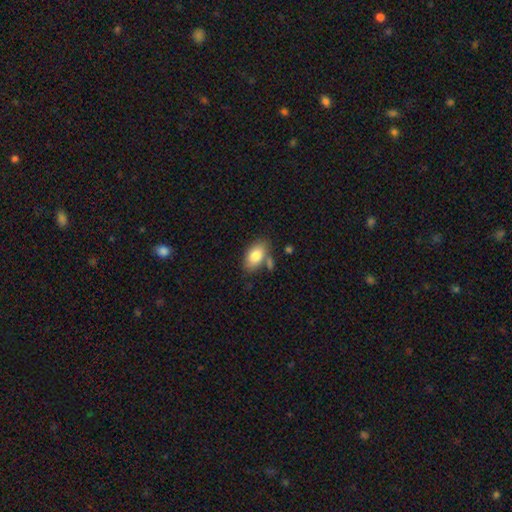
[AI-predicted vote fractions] A smooth galaxy with no disk features (82%) that is in between round and cigar-shaped (92%).

Vote fractions:
- Smooth or featured? smooth: 82% / featured or disk: 11% / star or artifact: 7%
- How rounded? in between: 92% / round: 6% / cigar-shaped: 2%
- Merging? none: 67% / minor disturbance: 16% / merger: 12% / major disturbance: 4%